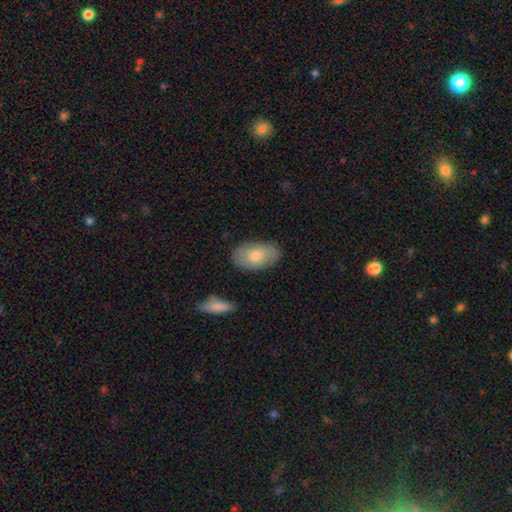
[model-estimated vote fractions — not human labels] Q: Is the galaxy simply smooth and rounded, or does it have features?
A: smooth — 75%.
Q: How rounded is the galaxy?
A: in between — 93%.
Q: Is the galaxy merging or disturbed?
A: none — 82%.